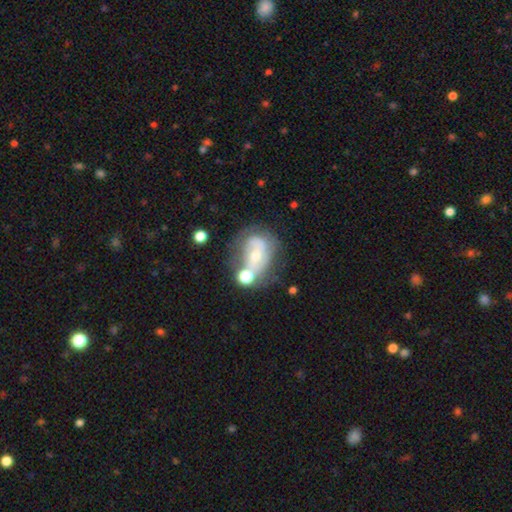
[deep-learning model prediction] Morphology: type=featured or disk (57%); edge-on=no (96%); bar=no (61%); spiral arms=yes (55%); bulge=small (49%); merging=none (37%).